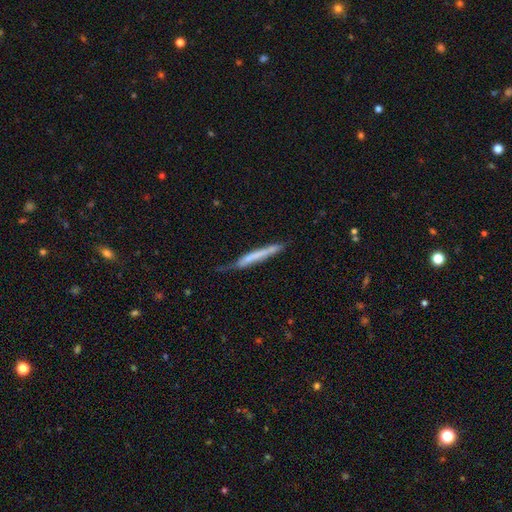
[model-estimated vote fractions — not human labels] The model was most divided on "smooth or featured": smooth: 51%, featured or disk: 43%, star or artifact: 6%. More confident: how rounded — cigar-shaped (96%); merging — none (54%).